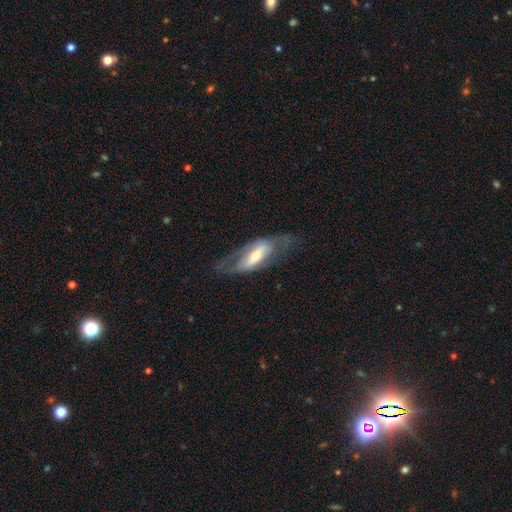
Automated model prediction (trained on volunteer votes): featured or disk 67%, smooth 28%, star or artifact 6%. Down the decision tree: edge-on disk — no (79%); bar — strong (54%); spiral arms — yes (60%); bulge size — moderate (50%); merging — none (57%).